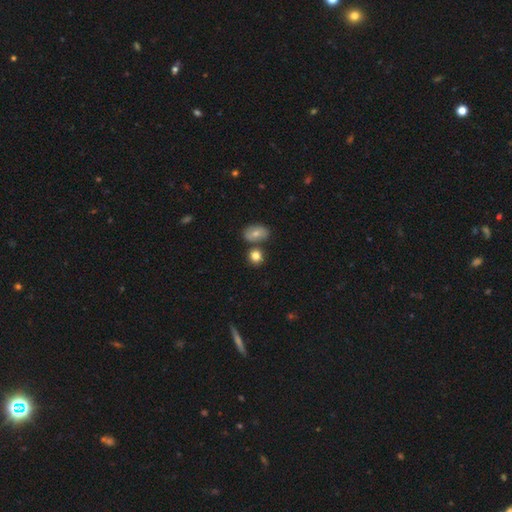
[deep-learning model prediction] Smooth or featured? smooth (82%)
How rounded? round (74%)
Merging? none (69%)